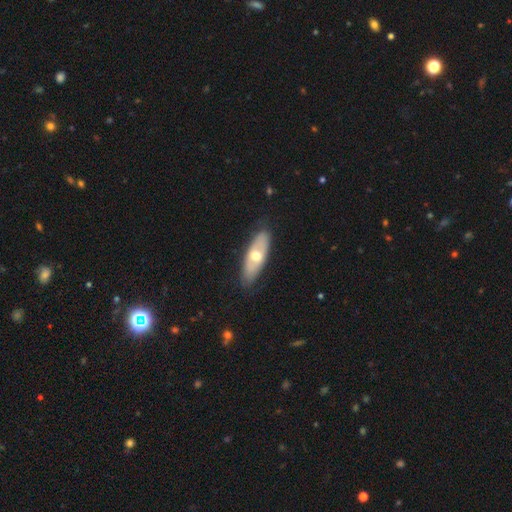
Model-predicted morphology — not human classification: This appears to be a featured or disk galaxy (49%). Merging: none (83%).